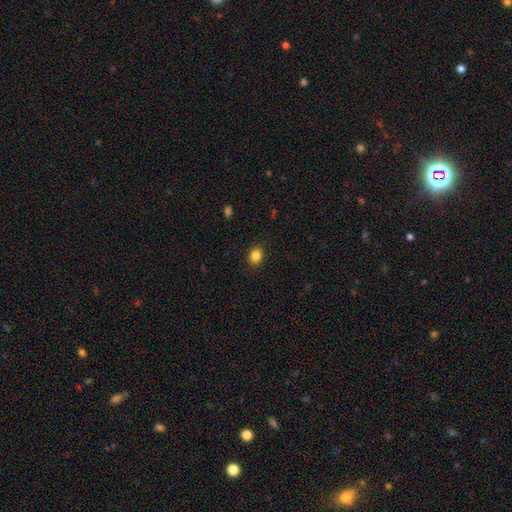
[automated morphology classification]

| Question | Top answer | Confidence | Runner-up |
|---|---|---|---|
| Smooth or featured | smooth | 85% | star or artifact (11%) |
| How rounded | round | 57% | in between (43%) |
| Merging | none | 90% | minor disturbance (7%) |